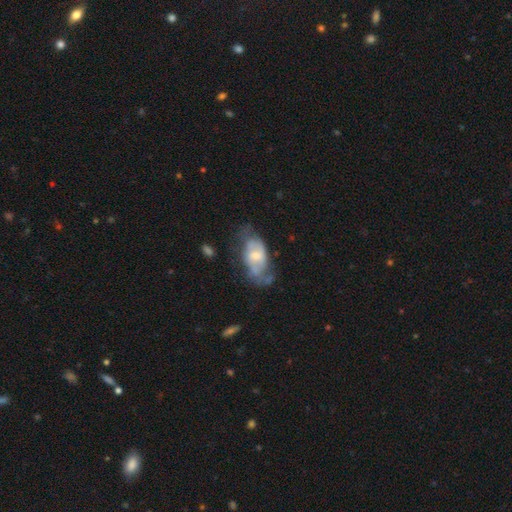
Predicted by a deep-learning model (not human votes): Morphology: type=featured or disk (57%); edge-on=no (93%); bar=no (48%); spiral arms=yes (56%); bulge=moderate (45%); merging=none (38%).